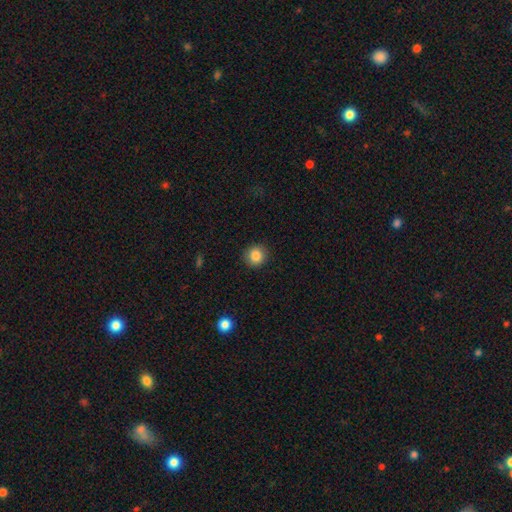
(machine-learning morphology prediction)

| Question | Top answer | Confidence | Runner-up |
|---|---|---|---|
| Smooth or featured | smooth | 85% | star or artifact (10%) |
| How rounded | round | 90% | in between (9%) |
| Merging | none | 90% | minor disturbance (7%) |